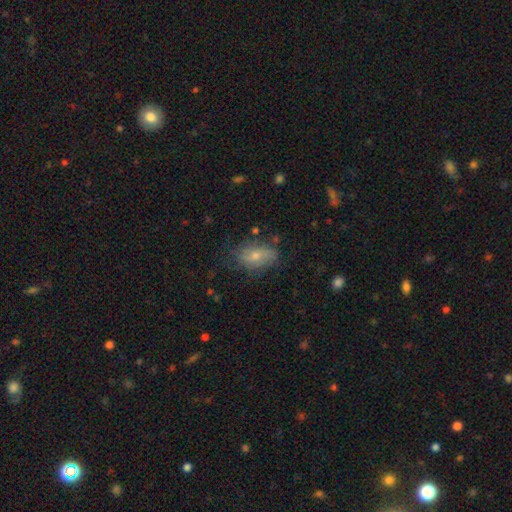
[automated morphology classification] A smooth galaxy with no disk features (56%) that is in between round and cigar-shaped (86%).

Vote fractions:
- Smooth or featured? smooth: 56% / featured or disk: 31% / star or artifact: 13%
- How rounded? in between: 86% / round: 10% / cigar-shaped: 4%
- Merging? none: 67% / minor disturbance: 23% / major disturbance: 8% / merger: 2%